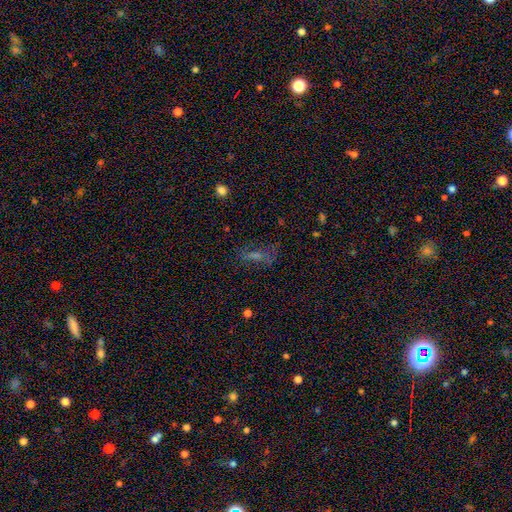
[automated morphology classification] This is marginally a star or artifact rather than a galaxy (37%).